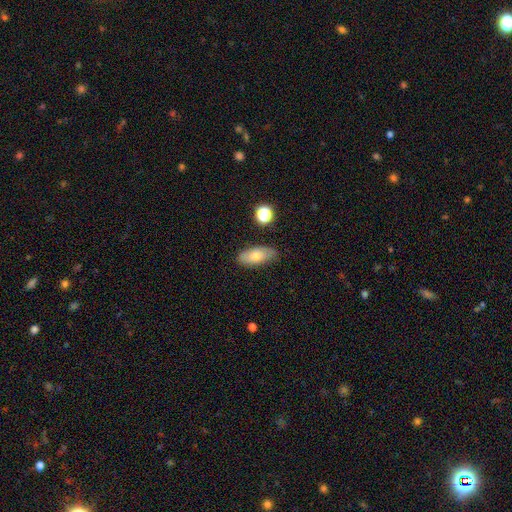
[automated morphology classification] Smooth or featured: smooth — 71% (featured or disk — 21%)
How rounded: in between — 83% (cigar-shaped — 13%)
Merging: none — 83% (minor disturbance — 13%)